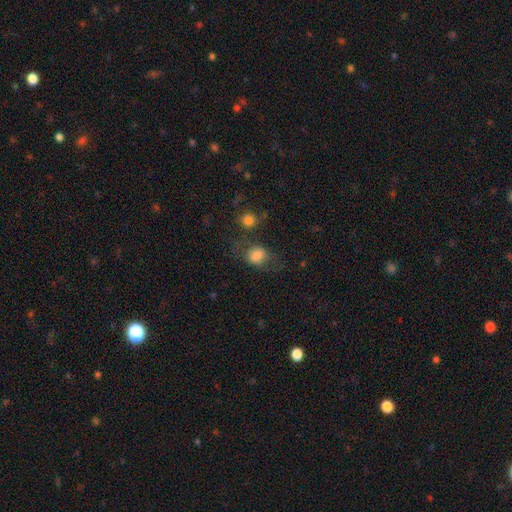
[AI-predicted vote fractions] This appears to be a smooth galaxy with no disk features (79%) that is round (54%). Merging: none (52%).